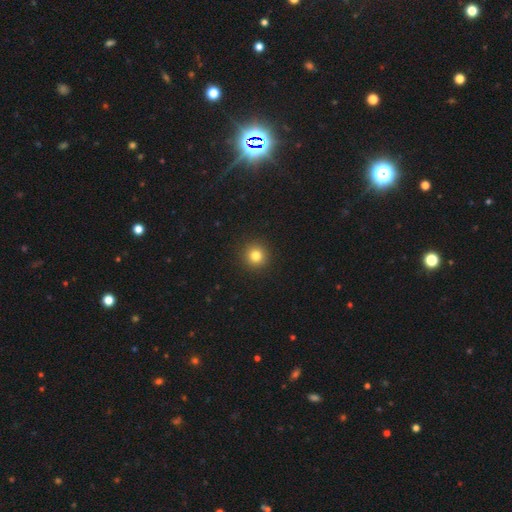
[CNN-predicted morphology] Smooth or featured?
  - smooth: 81% *
  - star or artifact: 13%
  - featured or disk: 6%
How rounded?
  - round: 95% *
  - in between: 5%
  - cigar-shaped: 1%
Merging?
  - none: 93% *
  - minor disturbance: 4%
  - major disturbance: 2%
  - merger: 1%